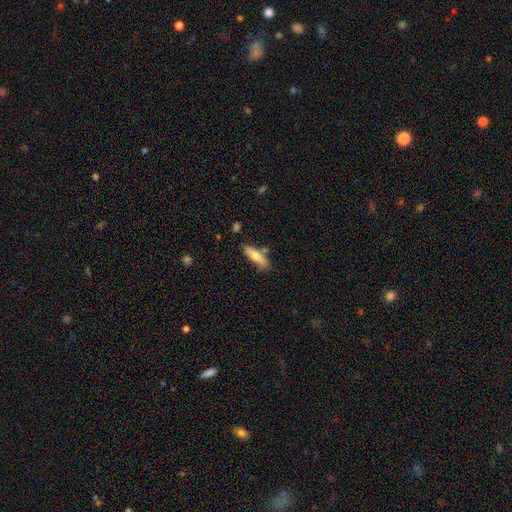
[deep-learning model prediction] Overall: smooth (66%; featured or disk 28%). How rounded: cigar-shaped (62%; in between 36%). Merging: none (75%).